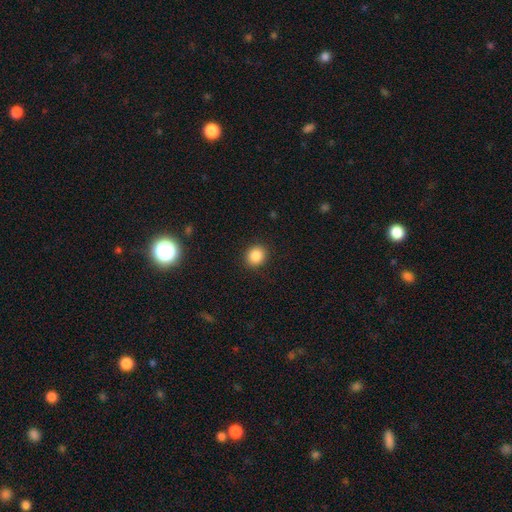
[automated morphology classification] smooth-or-featured: smooth: 85% | star or artifact: 10% | featured or disk: 5%
  how-rounded: round: 76% | in between: 23% | cigar-shaped: 1%
  merging: none: 91% | minor disturbance: 6% | major disturbance: 2% | merger: 1%